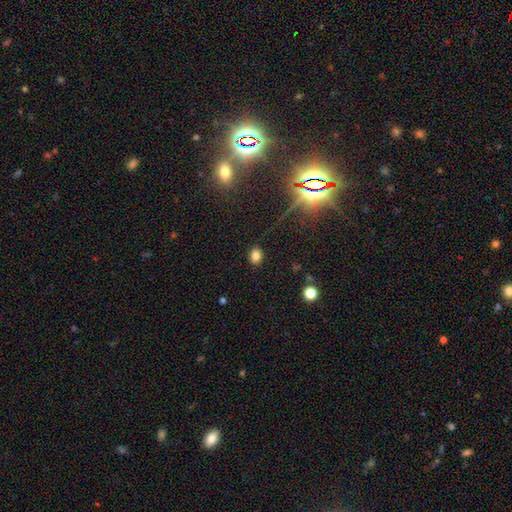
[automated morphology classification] Smooth or featured: smooth — 79% (star or artifact — 15%)
How rounded: in between — 59% (round — 40%)
Merging: none — 87% (minor disturbance — 8%)